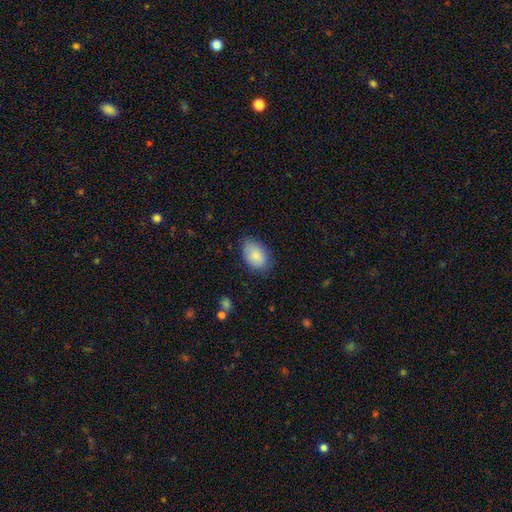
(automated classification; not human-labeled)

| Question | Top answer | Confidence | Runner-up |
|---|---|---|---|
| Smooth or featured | smooth | 84% | featured or disk (9%) |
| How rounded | in between | 89% | round (10%) |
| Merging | none | 79% | minor disturbance (16%) |